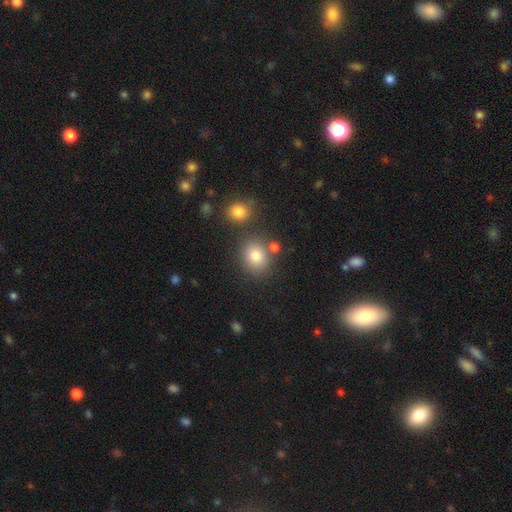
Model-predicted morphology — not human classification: type=smooth (80%); roundness=round (68%); merging=none (71%).